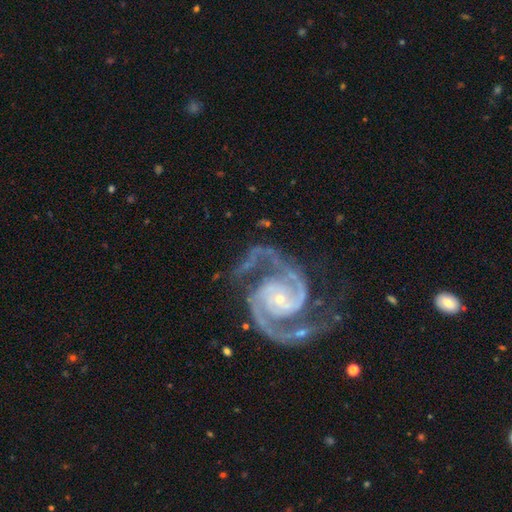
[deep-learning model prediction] Q: Smooth or featured?
A: featured or disk (94%); runner-up: star or artifact (4%)
Q: Edge-on disk?
A: no (98%); runner-up: yes (2%)
Q: Bar?
A: no (63%); runner-up: weak (23%)
Q: Spiral arms?
A: yes (99%); runner-up: no (1%)
Q: Spiral winding?
A: medium (57%); runner-up: tight (34%)
Q: Spiral arm count?
A: 2 (91%); runner-up: 3 (3%)
Q: Bulge size?
A: small (80%); runner-up: moderate (16%)
Q: Merging?
A: none (70%); runner-up: minor disturbance (17%)